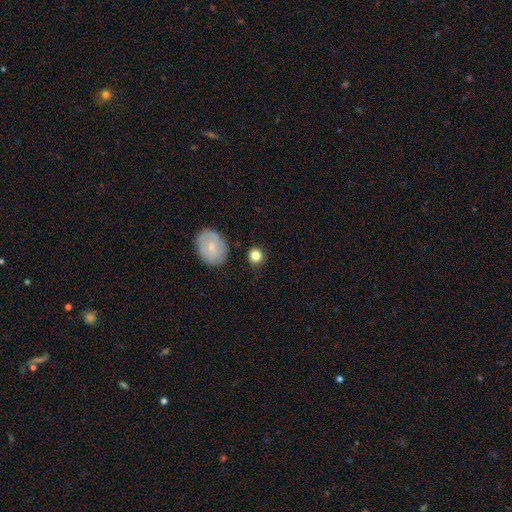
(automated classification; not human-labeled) This appears to be a smooth galaxy with no disk features (83%) that is round (87%). Merging: none (83%).